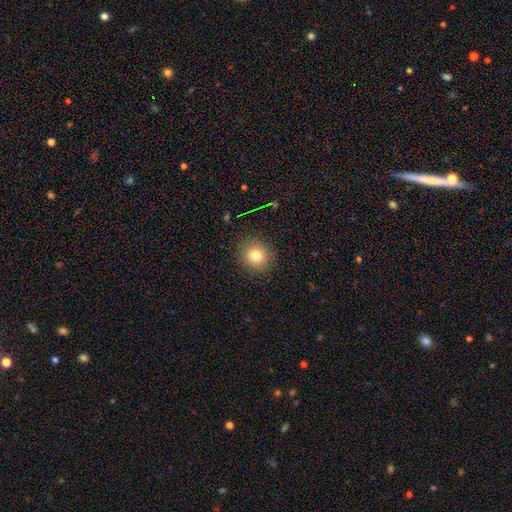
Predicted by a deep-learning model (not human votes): A smooth galaxy with no disk features (78%) that is round (91%). Merging: none (90%).